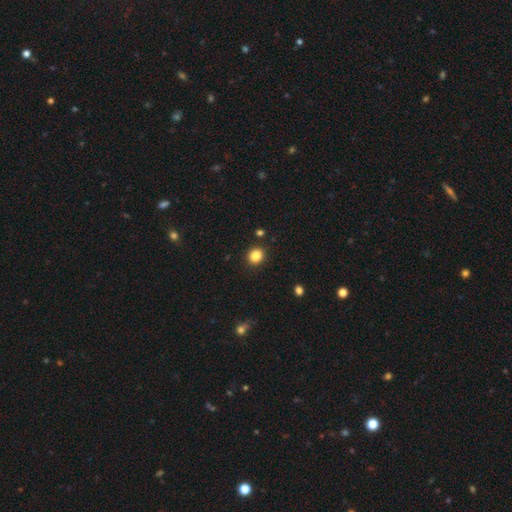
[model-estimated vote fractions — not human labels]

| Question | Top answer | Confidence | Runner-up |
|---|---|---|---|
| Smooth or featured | smooth | 86% | star or artifact (11%) |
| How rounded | round | 71% | in between (28%) |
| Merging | none | 90% | minor disturbance (6%) |